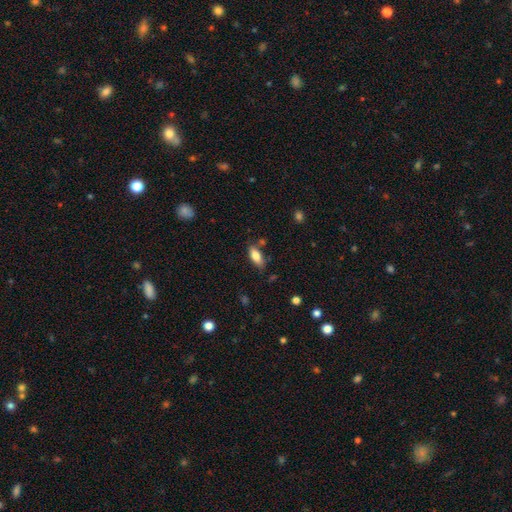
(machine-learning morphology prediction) A smooth galaxy with no disk features (80%) that is in between round and cigar-shaped (81%). Merging: none (72%).